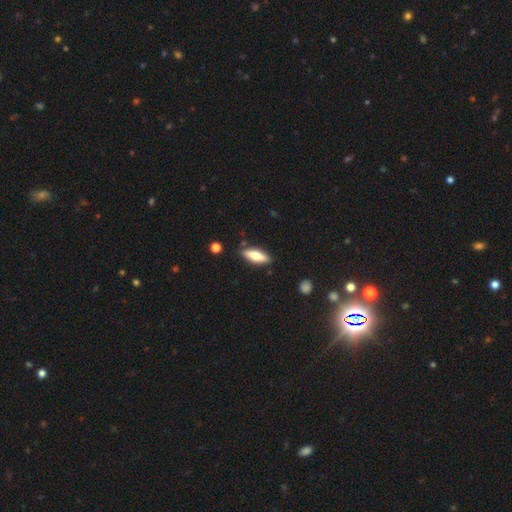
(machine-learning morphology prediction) Smooth or featured?
  - smooth: 61% *
  - featured or disk: 33%
  - star or artifact: 6%
How rounded?
  - in between: 55% *
  - cigar-shaped: 43%
  - round: 2%
Merging?
  - none: 85% *
  - minor disturbance: 11%
  - merger: 2%
  - major disturbance: 2%